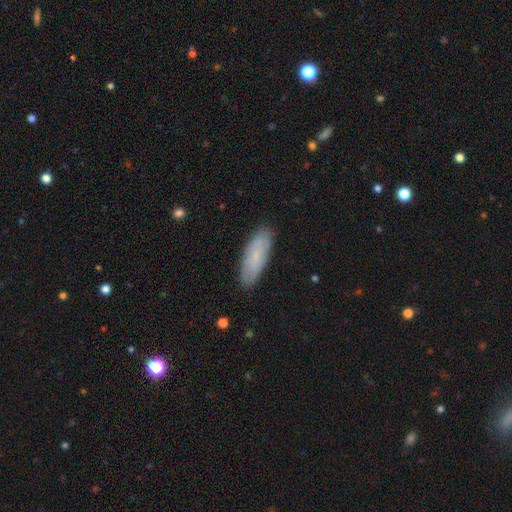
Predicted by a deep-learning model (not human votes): smooth-or-featured: smooth: 71% | featured or disk: 22% | star or artifact: 7%
  how-rounded: in between: 53% | cigar-shaped: 45% | round: 2%
  merging: none: 87% | minor disturbance: 10% | major disturbance: 2% | merger: 1%